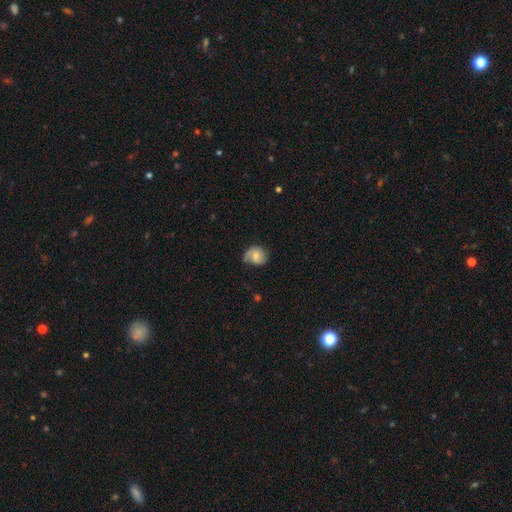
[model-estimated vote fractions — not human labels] featured or disk 59%, smooth 34%, star or artifact 7%. Down the decision tree: edge-on disk — no (97%); bar — no (65%); spiral arms — yes (89%); spiral arm count — 2 (49%); spiral winding — medium (39%, tied with tight); bulge size — moderate (53%); merging — none (60%).